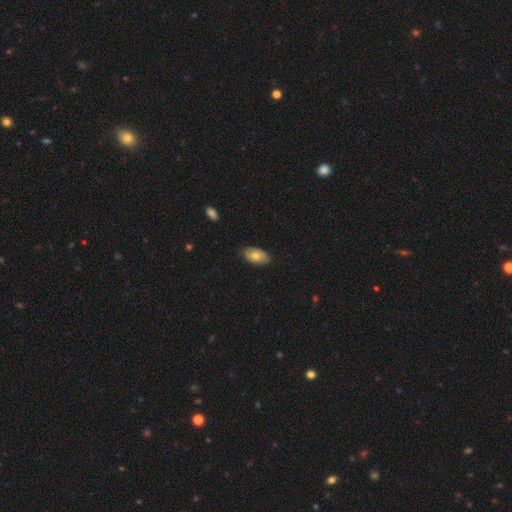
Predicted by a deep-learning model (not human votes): smooth 71%, featured or disk 22%, star or artifact 7%. Down the decision tree: how rounded — in between (94%); merging — none (85%).